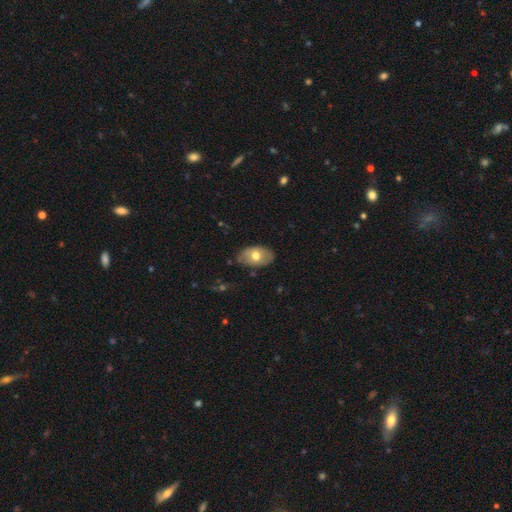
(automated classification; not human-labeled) Smooth or featured?
  - smooth: 64% *
  - featured or disk: 29%
  - star or artifact: 7%
How rounded?
  - in between: 90% *
  - round: 8%
  - cigar-shaped: 1%
Merging?
  - none: 79% *
  - minor disturbance: 16%
  - major disturbance: 3%
  - merger: 2%